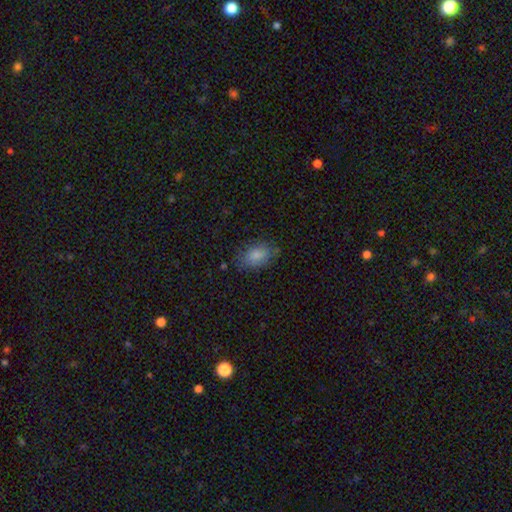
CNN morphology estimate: Smooth or featured? Predicted: smooth (p=0.82). How rounded? Predicted: in between (p=0.90). Merging? Predicted: none (p=0.79).